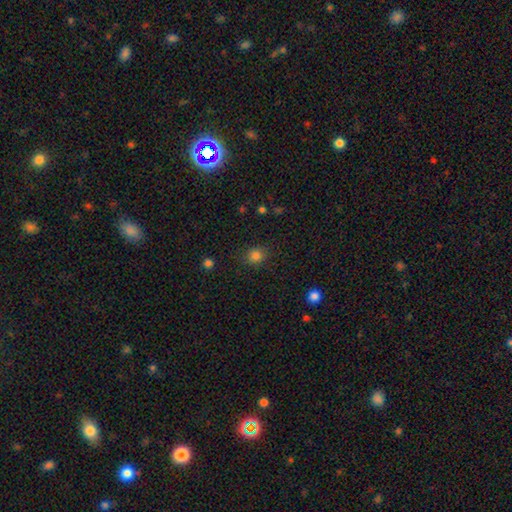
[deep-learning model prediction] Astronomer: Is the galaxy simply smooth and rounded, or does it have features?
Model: smooth — 82%.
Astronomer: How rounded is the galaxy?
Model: round — 77%.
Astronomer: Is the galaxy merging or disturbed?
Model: none — 84%.